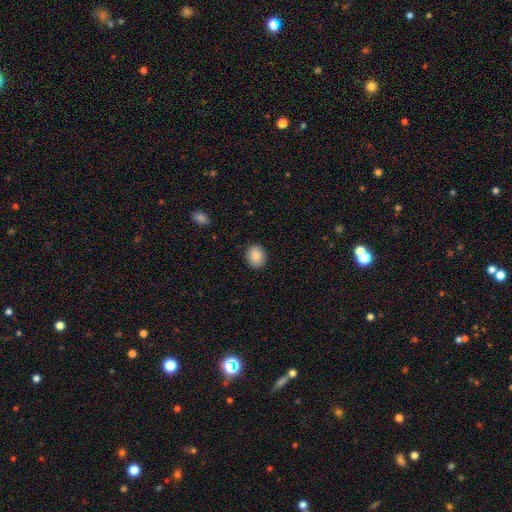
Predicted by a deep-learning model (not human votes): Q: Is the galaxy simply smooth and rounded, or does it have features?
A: smooth — 88%.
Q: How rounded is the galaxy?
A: round — 63%.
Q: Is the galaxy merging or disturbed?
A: none — 89%.